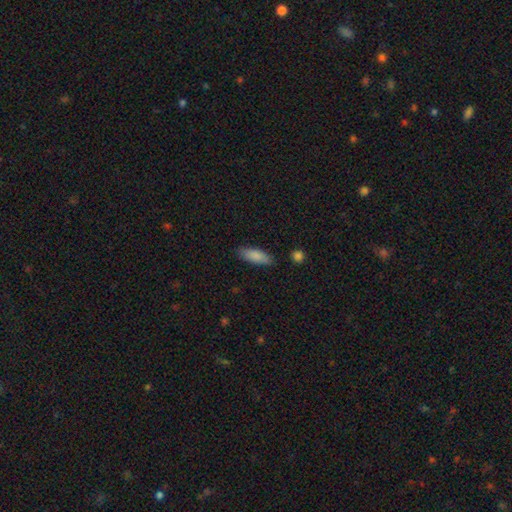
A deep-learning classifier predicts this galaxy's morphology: Overall: smooth (85%). How rounded: in between (66%; cigar-shaped 32%). Merging: none (83%).